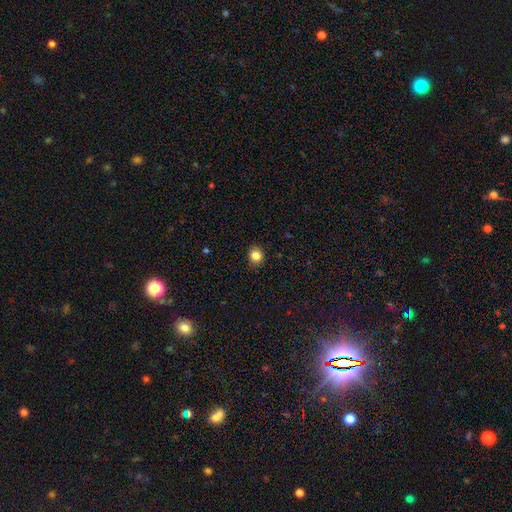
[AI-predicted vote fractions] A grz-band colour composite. It shows a smooth galaxy with no disk features (84%) that is round (77%). Merging: none (87%).